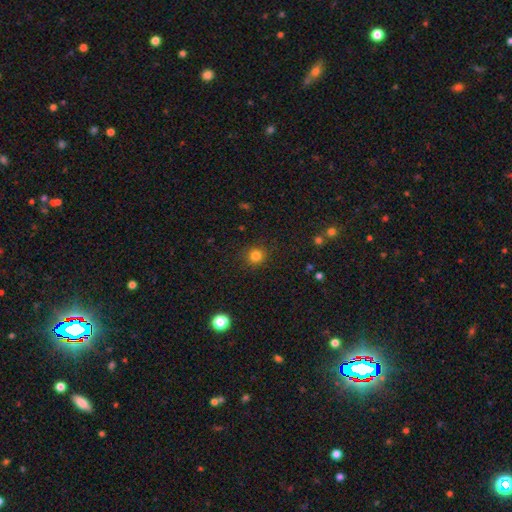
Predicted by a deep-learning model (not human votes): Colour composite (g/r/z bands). It shows a smooth galaxy with no disk features (82%) that is round (89%). Merging: none (89%).